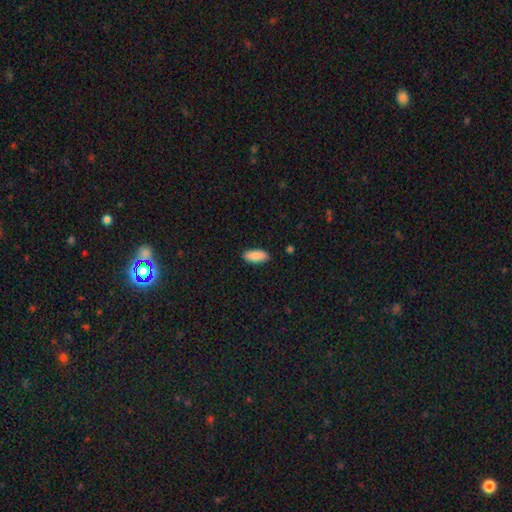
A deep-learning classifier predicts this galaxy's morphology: type=smooth (89%); roundness=in between (86%); merging=none (89%).